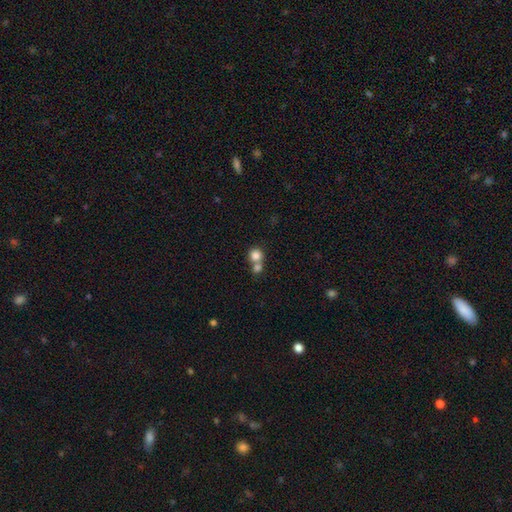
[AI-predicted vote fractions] Overall: smooth (82%). How rounded: round (87%). Merging: merger (50%; none 42%).